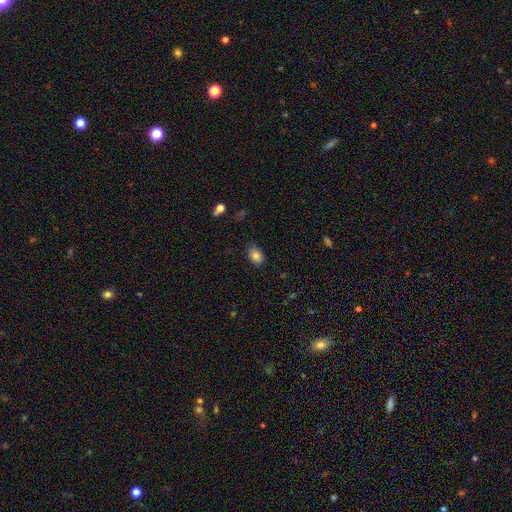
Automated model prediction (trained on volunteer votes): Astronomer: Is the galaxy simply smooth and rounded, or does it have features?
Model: smooth — 82%.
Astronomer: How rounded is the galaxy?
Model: in between — 75%.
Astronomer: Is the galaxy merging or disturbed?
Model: none — 77%.